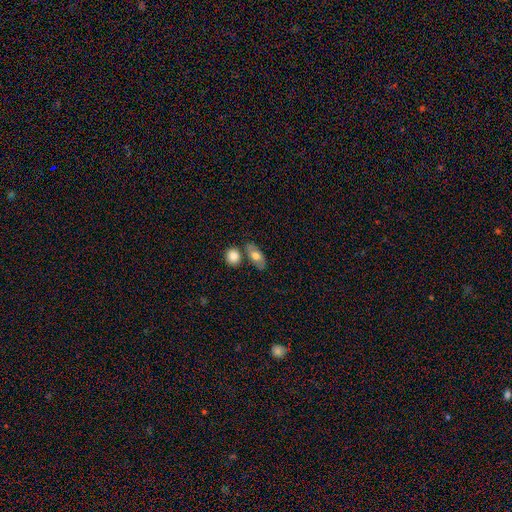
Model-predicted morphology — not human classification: smooth-or-featured: smooth: 69% | featured or disk: 24% | star or artifact: 7%
  how-rounded: in between: 84% | round: 10% | cigar-shaped: 6%
  merging: none: 64% | merger: 19% | minor disturbance: 13% | major disturbance: 4%